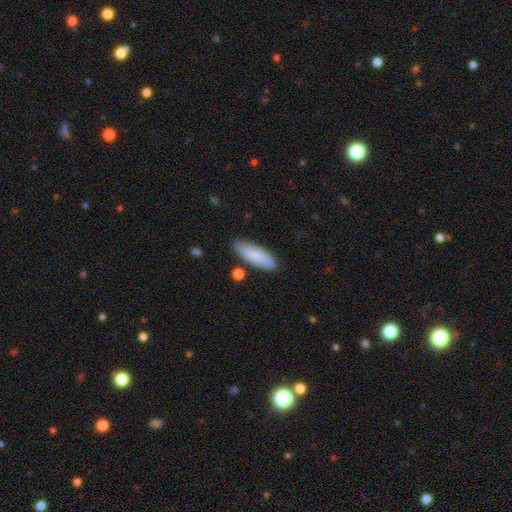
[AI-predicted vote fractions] smooth 80%, featured or disk 14%, star or artifact 6%. Down the decision tree: how rounded — in between (56%); merging — none (82%).